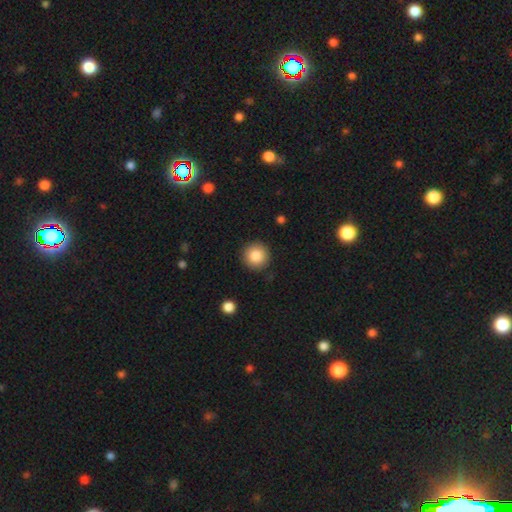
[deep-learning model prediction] A smooth galaxy with no disk features (86%) that is round (95%). Merging: none (90%).